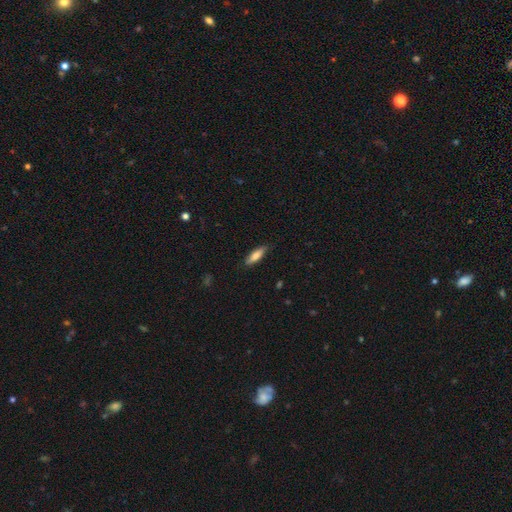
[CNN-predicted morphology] Smooth or featured: smooth — 76% (featured or disk — 18%)
How rounded: cigar-shaped — 57% (in between — 42%)
Merging: none — 83% (minor disturbance — 14%)